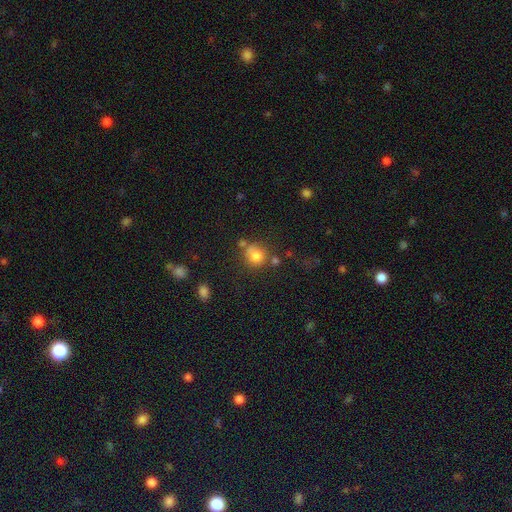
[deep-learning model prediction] A smooth galaxy with no disk features (78%) that is round (83%). Merging: none (58%).